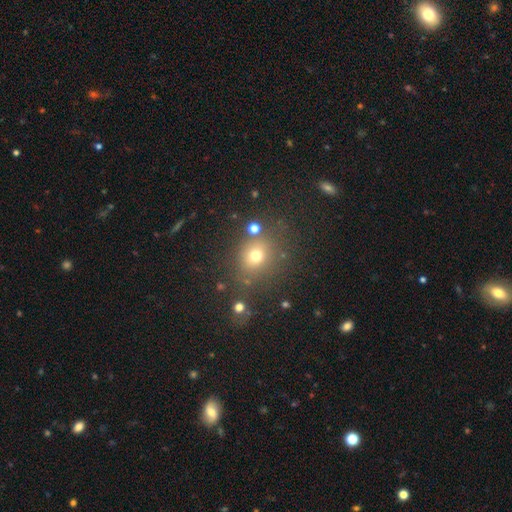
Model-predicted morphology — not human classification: smooth-or-featured: smooth: 70% | star or artifact: 20% | featured or disk: 10%
  how-rounded: round: 76% | in between: 23% | cigar-shaped: 1%
  merging: none: 73% | minor disturbance: 13% | merger: 7% | major disturbance: 6%